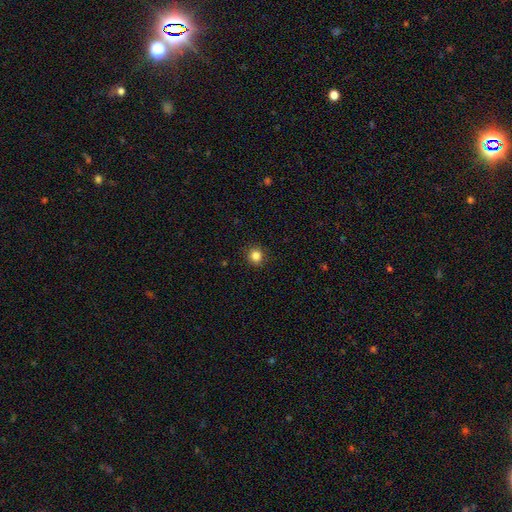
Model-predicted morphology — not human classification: Q: Smooth or featured?
A: smooth (85%); runner-up: star or artifact (12%)
Q: How rounded?
A: round (88%); runner-up: in between (11%)
Q: Merging?
A: none (91%); runner-up: minor disturbance (6%)